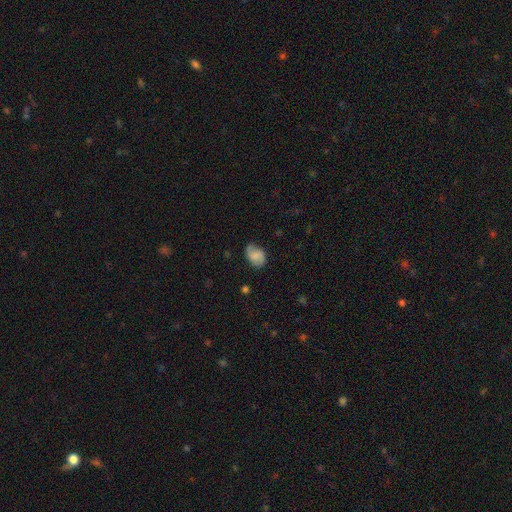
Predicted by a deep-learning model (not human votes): smooth_or_featured: smooth (p=0.51) [alt: featured or disk p=0.41]
how_rounded: in between (p=0.74) [alt: round p=0.25]
merging: none (p=0.67) [alt: minor disturbance p=0.24]